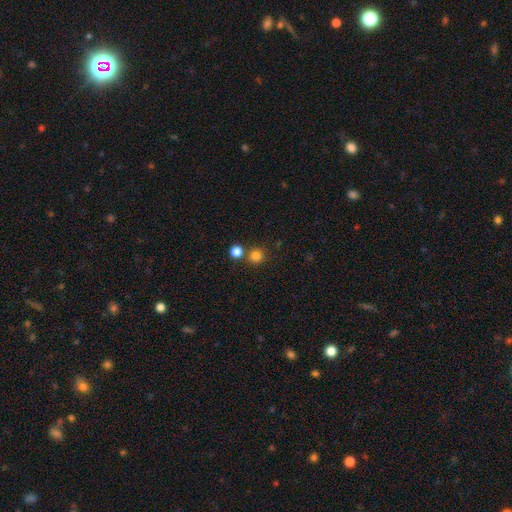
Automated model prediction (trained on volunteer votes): A smooth galaxy with no disk features (81%) that is round (93%).

Vote fractions:
- Smooth or featured? smooth: 81% / star or artifact: 15% / featured or disk: 5%
- How rounded? round: 93% / in between: 7% / cigar-shaped: 1%
- Merging? none: 74% / merger: 17% / minor disturbance: 6% / major disturbance: 3%